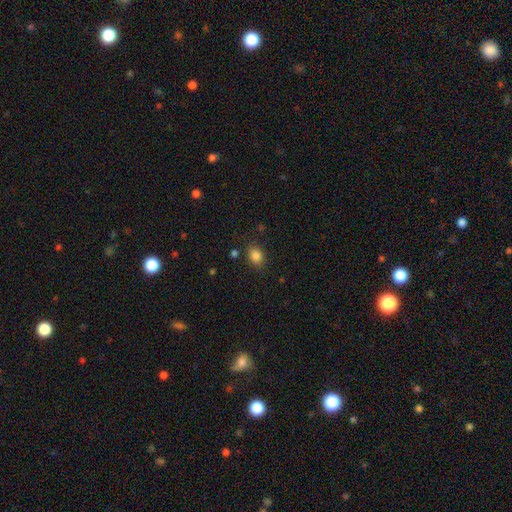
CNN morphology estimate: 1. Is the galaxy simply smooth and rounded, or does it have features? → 84% smooth, 11% star or artifact, 5% featured or disk.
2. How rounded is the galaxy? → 58% in between, 41% round, 1% cigar-shaped.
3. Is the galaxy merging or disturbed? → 81% none, 13% minor disturbance, 4% major disturbance, 3% merger.